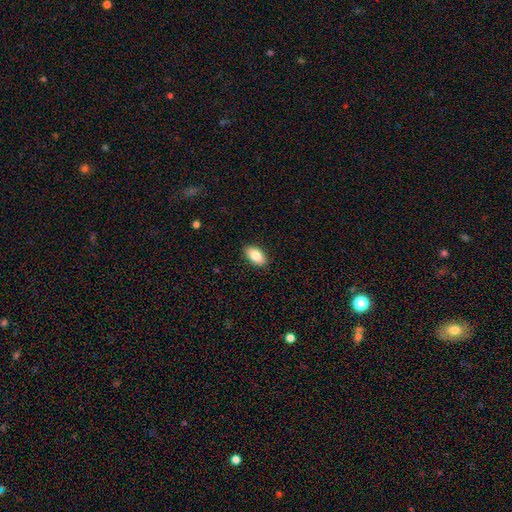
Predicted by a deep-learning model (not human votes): The model was most divided on "smooth or featured": smooth: 84%, featured or disk: 9%, star or artifact: 7%. More confident: how rounded — in between (94%); merging — none (89%).